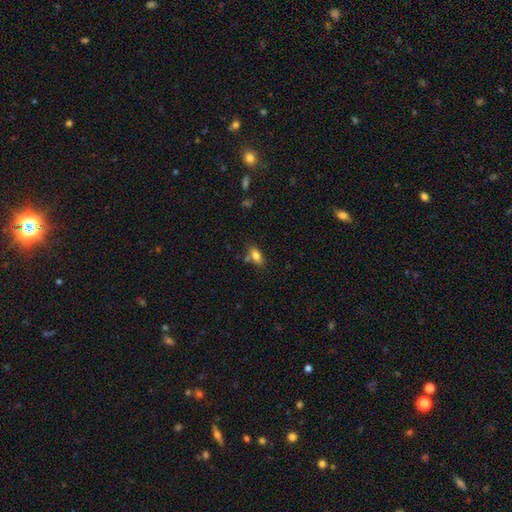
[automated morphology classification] A smooth galaxy with no disk features (79%) that is in between round and cigar-shaped (85%). Merging: none (66%).